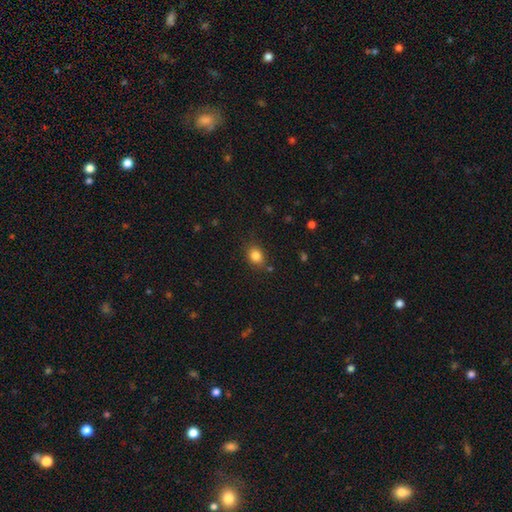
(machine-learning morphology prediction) The model was most divided on "how rounded": in between: 53%, round: 45%, cigar-shaped: 1%. More confident: smooth or featured — smooth (83%); merging — none (79%).